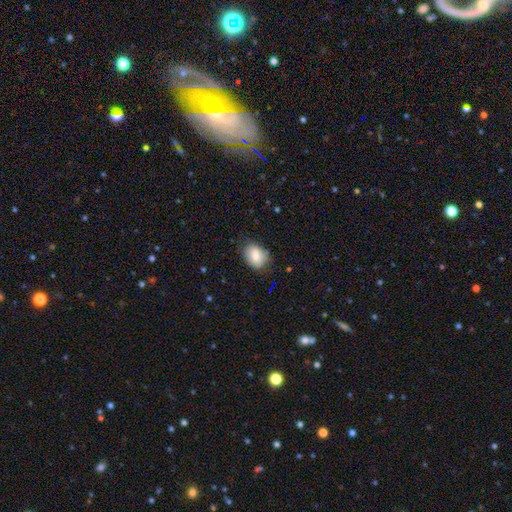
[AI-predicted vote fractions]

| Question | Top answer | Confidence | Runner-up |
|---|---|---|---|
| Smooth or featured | smooth | 81% | featured or disk (12%) |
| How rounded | in between | 73% | round (26%) |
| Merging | none | 75% | minor disturbance (20%) |